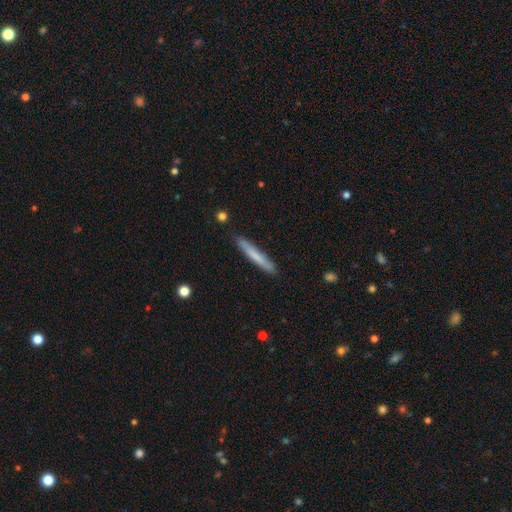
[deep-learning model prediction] This is likely a smooth galaxy (68%). How rounded: clearly cigar-shaped (96%). Merging: clearly none (87%).